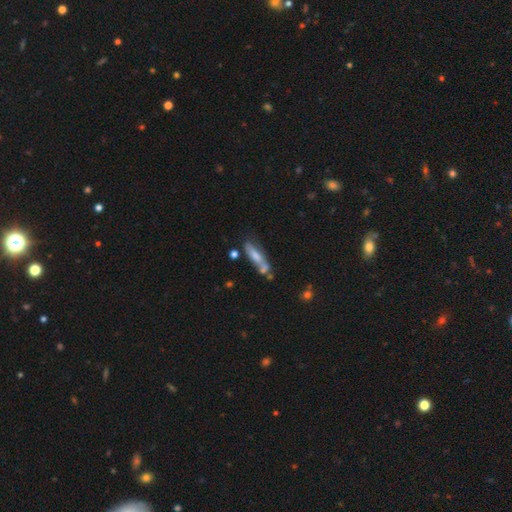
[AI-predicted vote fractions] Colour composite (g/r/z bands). It shows a smooth galaxy with no disk features (60%) that is cigar-shaped (69%). Merging: none (46%).